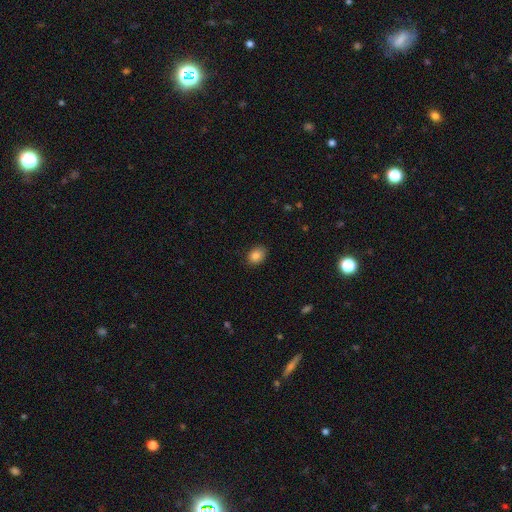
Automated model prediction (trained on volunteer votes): Smooth or featured? smooth (85%)
How rounded? in between (62%)
Merging? none (83%)